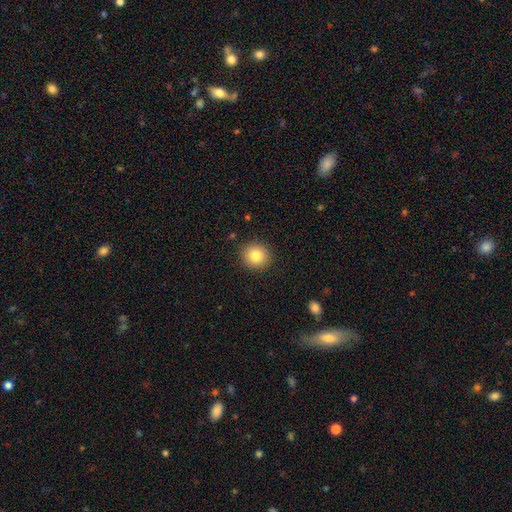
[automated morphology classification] smooth-or-featured: smooth: 83% | star or artifact: 10% | featured or disk: 8%
  how-rounded: round: 89% | in between: 10% | cigar-shaped: 1%
  merging: none: 90% | minor disturbance: 7% | major disturbance: 2% | merger: 1%